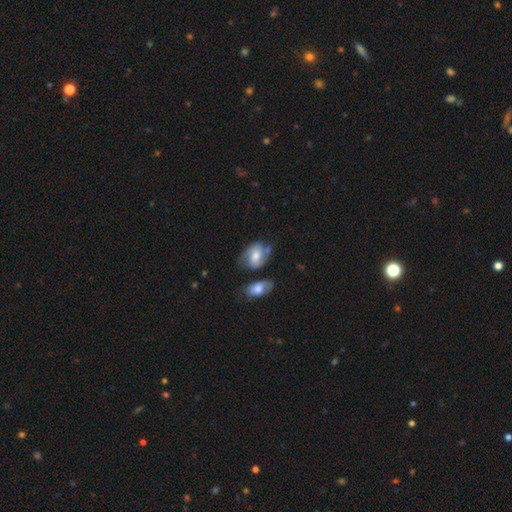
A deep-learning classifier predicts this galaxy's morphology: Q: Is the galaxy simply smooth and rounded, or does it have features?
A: smooth — 48%.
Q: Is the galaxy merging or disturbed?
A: none — 49%.